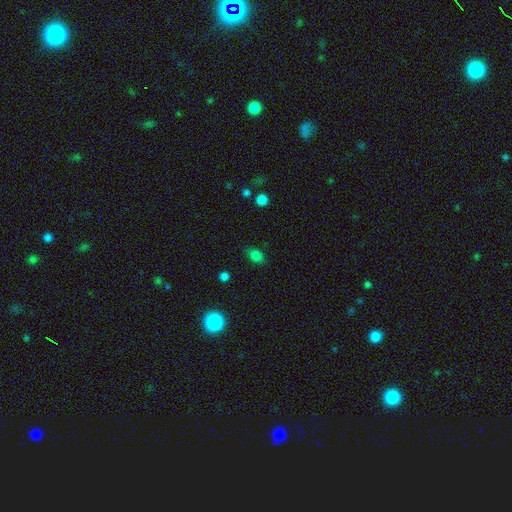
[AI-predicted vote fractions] Overall: smooth (81%). How rounded: in between (70%). Merging: none (79%).